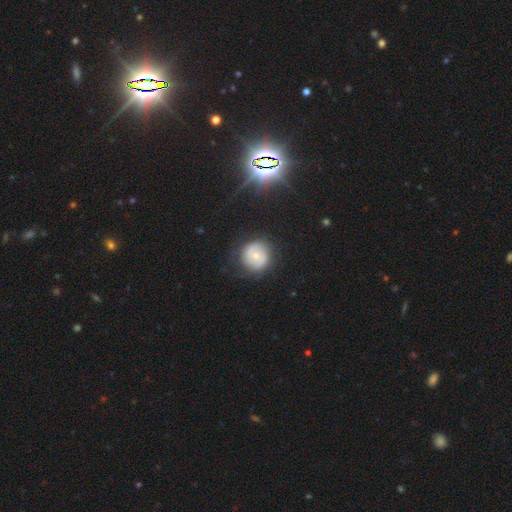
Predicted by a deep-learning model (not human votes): smooth 48%, featured or disk 42%, star or artifact 9%. Down the decision tree: merging — none (72%).